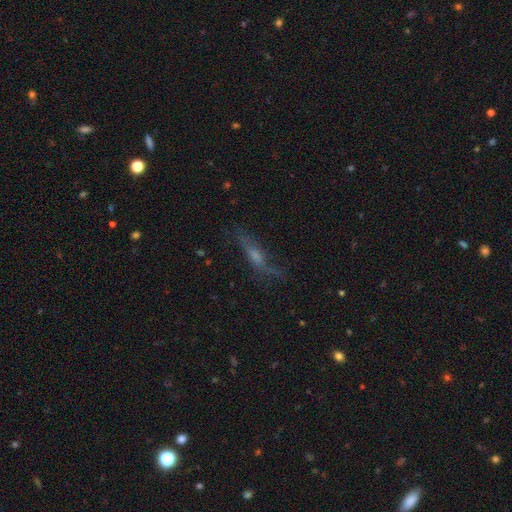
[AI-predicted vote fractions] Smooth or featured? featured or disk (56%)
Edge-on disk? yes (69%)
Merging? none (62%)